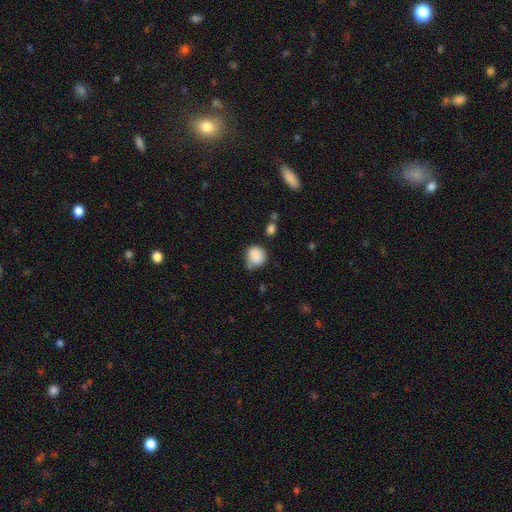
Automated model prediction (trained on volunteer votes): Q: Smooth or featured?
A: smooth (85%); runner-up: star or artifact (9%)
Q: How rounded?
A: round (77%); runner-up: in between (22%)
Q: Merging?
A: none (54%); runner-up: minor disturbance (28%)